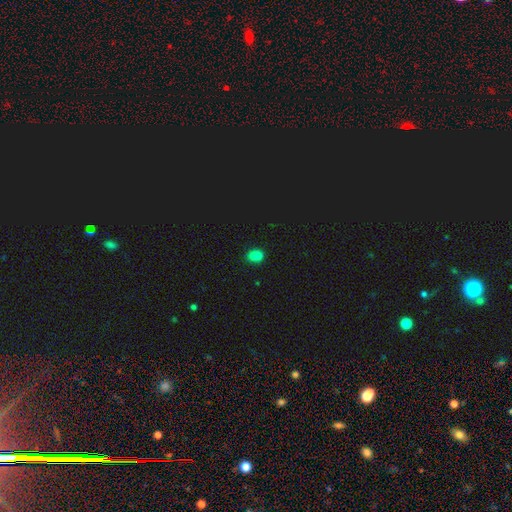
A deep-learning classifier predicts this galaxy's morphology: type=smooth (70%); roundness=in between (50%); merging=none (45%).